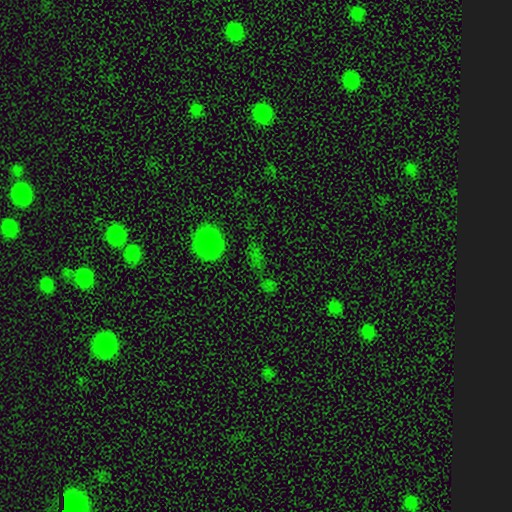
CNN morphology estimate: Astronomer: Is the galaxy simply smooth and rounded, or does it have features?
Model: smooth — 60%.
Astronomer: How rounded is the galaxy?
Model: round — 68%.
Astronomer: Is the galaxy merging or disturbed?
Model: none — 75%.